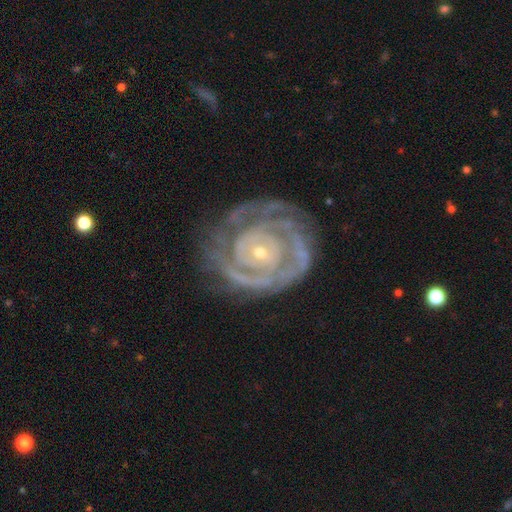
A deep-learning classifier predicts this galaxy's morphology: The model was most divided on "spiral arm count": 2: 31%, can't tell: 28%, 3: 19%, 1: 8%, 4: 7%, more than 4: 6%. More confident: edge-on disk — no (97%); spiral arms — yes (92%); smooth or featured — featured or disk (86%); spiral winding — tight (81%); bulge size — small (80%); bar — no (76%); merging — none (69%).